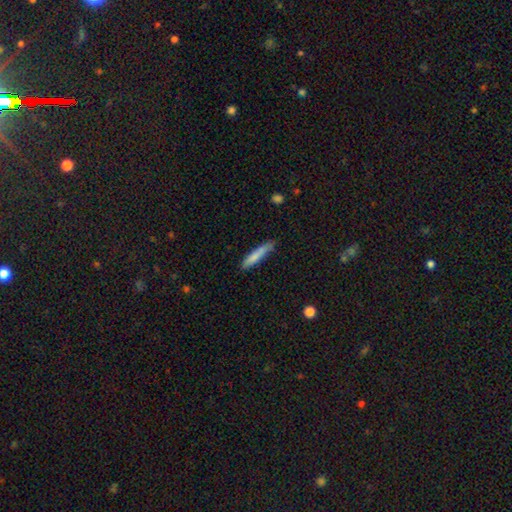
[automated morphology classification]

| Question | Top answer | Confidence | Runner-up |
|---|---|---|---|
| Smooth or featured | smooth | 79% | featured or disk (15%) |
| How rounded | cigar-shaped | 90% | in between (9%) |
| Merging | none | 75% | minor disturbance (20%) |